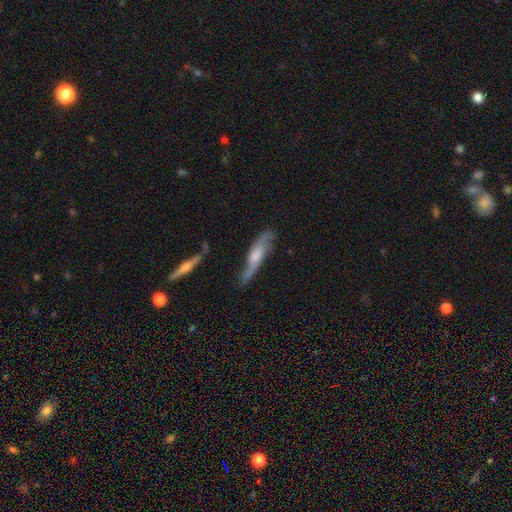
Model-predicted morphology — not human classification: Q: Smooth or featured?
A: featured or disk (65%); runner-up: smooth (28%)
Q: Edge-on disk?
A: yes (57%); runner-up: no (43%)
Q: Merging?
A: none (70%); runner-up: minor disturbance (21%)